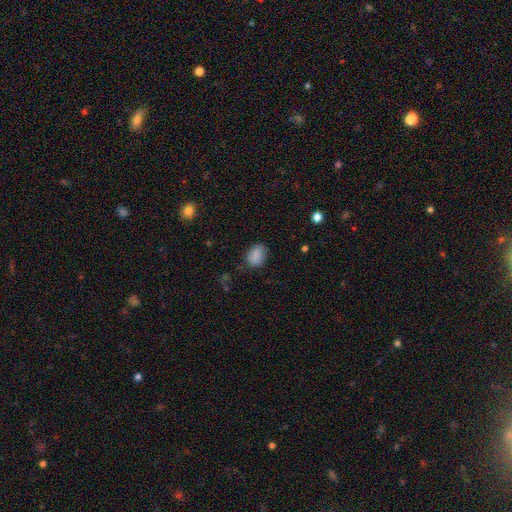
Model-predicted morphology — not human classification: Smooth or featured?
  - smooth: 85% *
  - star or artifact: 9%
  - featured or disk: 6%
How rounded?
  - in between: 74% *
  - round: 25%
  - cigar-shaped: 1%
Merging?
  - none: 74% *
  - minor disturbance: 20%
  - major disturbance: 5%
  - merger: 2%